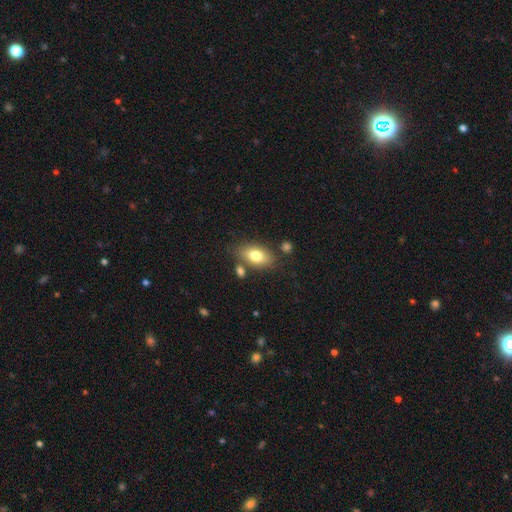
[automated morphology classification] smooth 77%, featured or disk 15%, star or artifact 8%. Down the decision tree: how rounded — in between (89%); merging — none (72%).